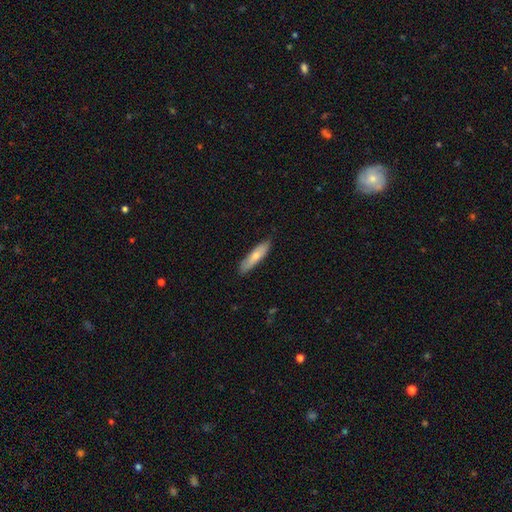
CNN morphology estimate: Smooth or featured: smooth — 70% (featured or disk — 24%)
How rounded: cigar-shaped — 72% (in between — 26%)
Merging: none — 83% (minor disturbance — 14%)